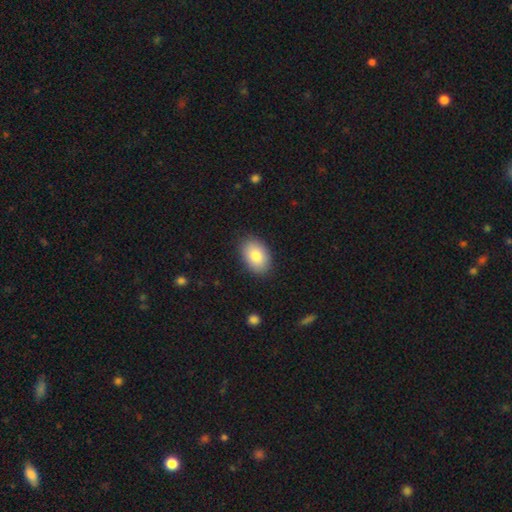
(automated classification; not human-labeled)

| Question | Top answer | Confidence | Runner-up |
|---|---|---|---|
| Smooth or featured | smooth | 85% | featured or disk (8%) |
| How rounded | in between | 88% | round (11%) |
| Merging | none | 87% | minor disturbance (9%) |